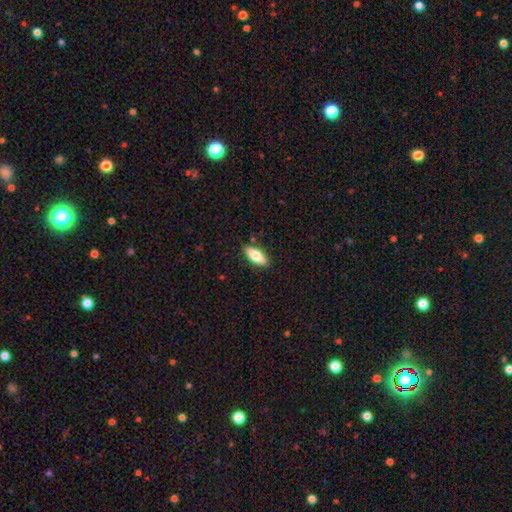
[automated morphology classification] type=smooth (68%); roundness=in between (69%); merging=none (87%).